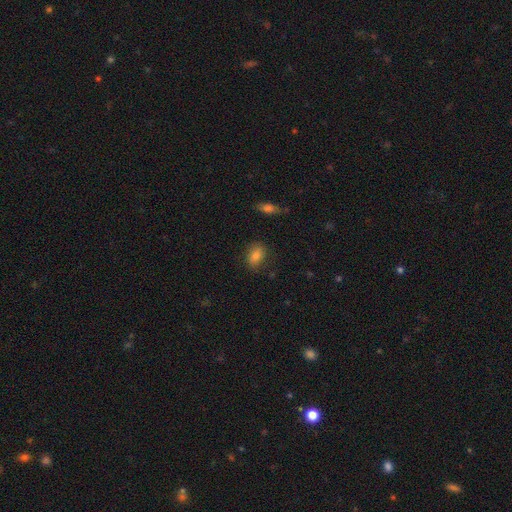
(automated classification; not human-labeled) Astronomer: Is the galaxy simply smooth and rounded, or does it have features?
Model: smooth — 82%.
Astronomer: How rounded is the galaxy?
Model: in between — 81%.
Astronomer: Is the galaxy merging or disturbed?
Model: none — 79%.